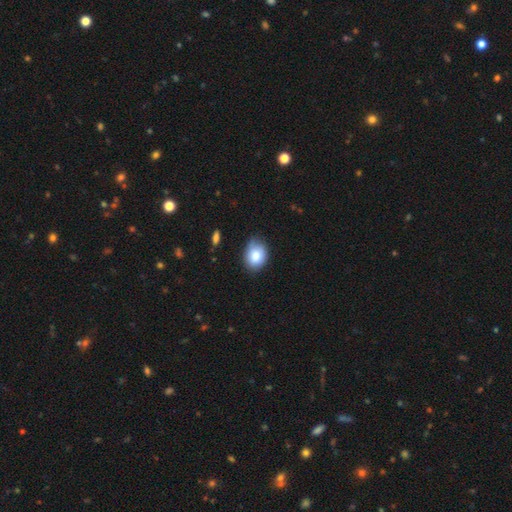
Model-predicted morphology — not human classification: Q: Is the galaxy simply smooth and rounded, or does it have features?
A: smooth — 80%.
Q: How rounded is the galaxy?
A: in between — 60%.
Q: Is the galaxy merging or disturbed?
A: none — 70%.